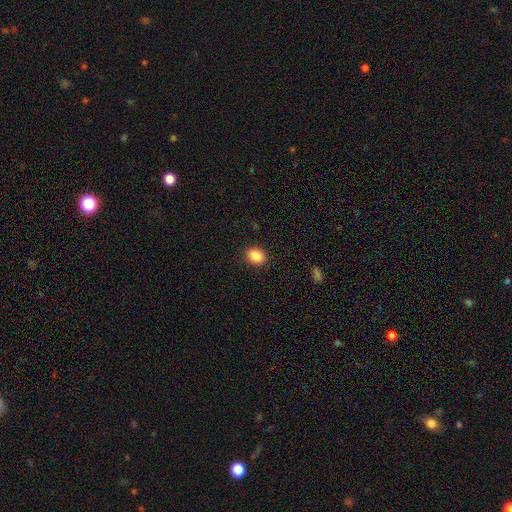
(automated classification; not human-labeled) Smooth or featured: smooth — 88% (star or artifact — 9%)
How rounded: in between — 50% (round — 49%)
Merging: none — 90% (minor disturbance — 7%)